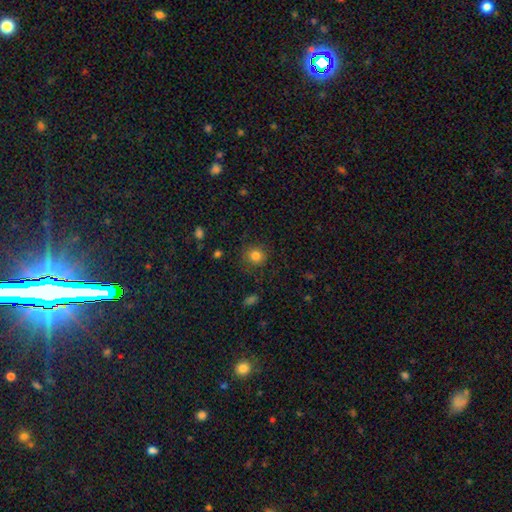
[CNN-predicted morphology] Overall: smooth (81%). How rounded: round (89%). Merging: none (85%).